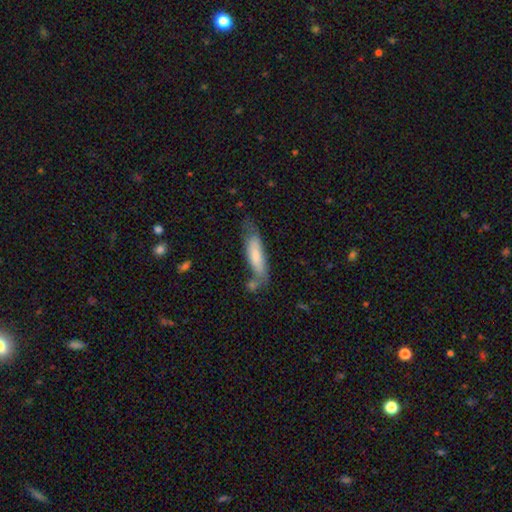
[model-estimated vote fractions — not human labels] Smooth or featured: smooth — 71% (featured or disk — 23%)
How rounded: cigar-shaped — 63% (in between — 36%)
Merging: none — 48% (minor disturbance — 28%)